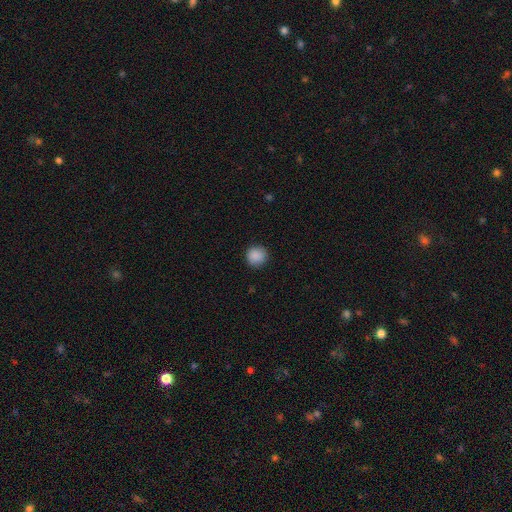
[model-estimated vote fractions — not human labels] smooth-or-featured: smooth: 89% | star or artifact: 9% | featured or disk: 3%
  how-rounded: round: 93% | in between: 6% | cigar-shaped: 1%
  merging: none: 90% | minor disturbance: 7% | major disturbance: 2% | merger: 1%